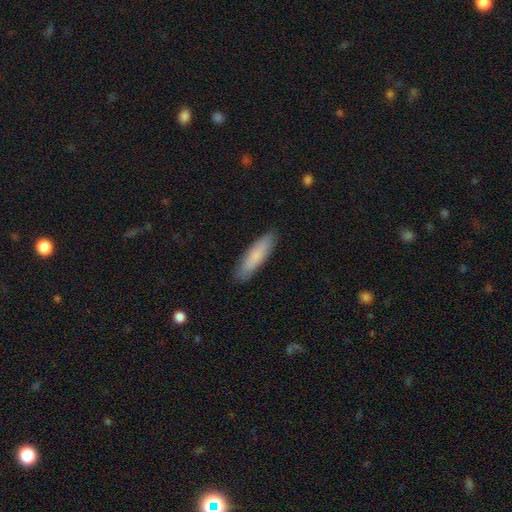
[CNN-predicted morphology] type=smooth (80%); roundness=cigar-shaped (68%); merging=none (88%).